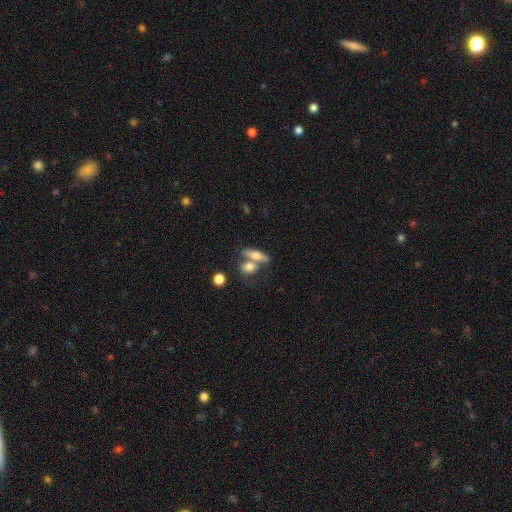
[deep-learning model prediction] Smooth or featured? Predicted: smooth (p=0.58). How rounded? Predicted: in between (p=0.49). Merging? Predicted: none (p=0.46).